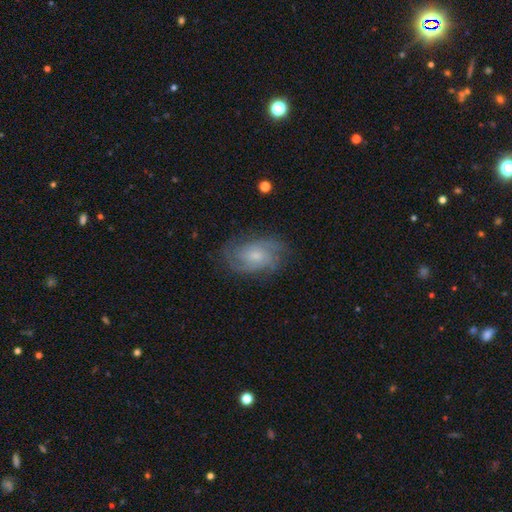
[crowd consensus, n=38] featured or disk 84%, smooth 13%, star or artifact 3%. Down the decision tree: edge-on disk — no (100%); bar — no (66%); spiral arms — yes (94%); spiral arm count — 2 (53%); spiral winding — tight (50%); bulge size — small (69%); merging — none (59%).